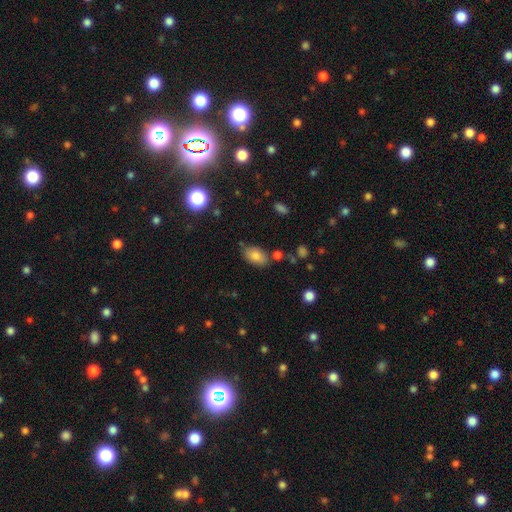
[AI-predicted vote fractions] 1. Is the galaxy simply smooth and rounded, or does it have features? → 80% smooth, 10% featured or disk, 9% star or artifact.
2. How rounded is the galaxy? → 90% in between, 8% round, 2% cigar-shaped.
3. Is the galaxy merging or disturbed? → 72% none, 16% minor disturbance, 7% merger, 4% major disturbance.